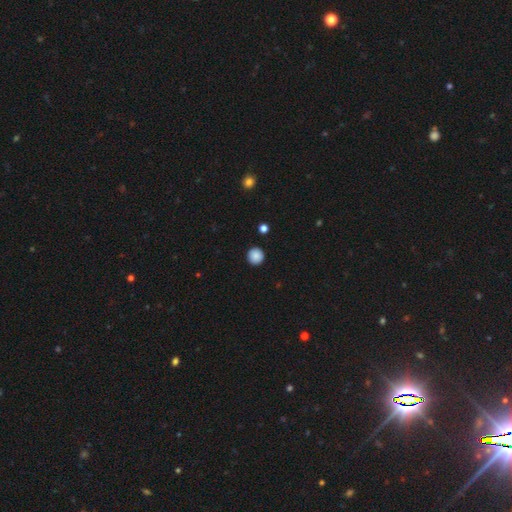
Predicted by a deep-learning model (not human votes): This is clearly a smooth galaxy (88%). How rounded: clearly round (95%). Merging: clearly none (92%).